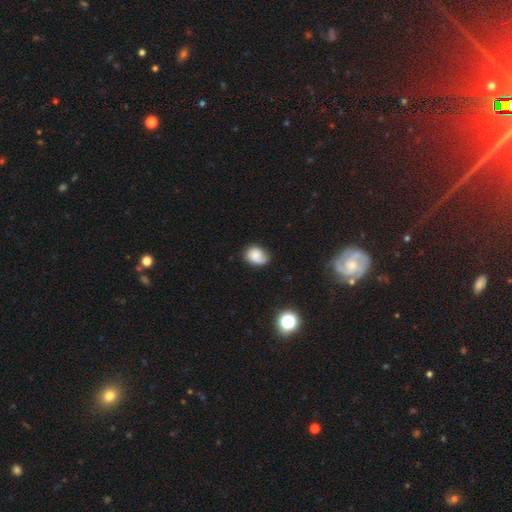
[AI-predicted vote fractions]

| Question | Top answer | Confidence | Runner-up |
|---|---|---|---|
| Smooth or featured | smooth | 72% | featured or disk (19%) |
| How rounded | in between | 58% | round (41%) |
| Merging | none | 61% | minor disturbance (30%) |